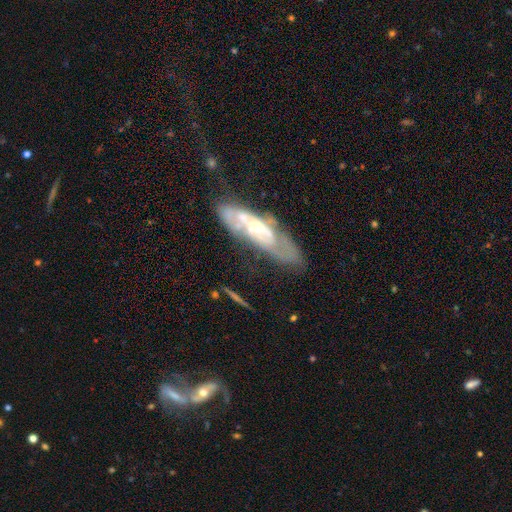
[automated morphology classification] Smooth or featured: featured or disk — 74% (smooth — 18%)
Edge-on disk: no — 75% (yes — 25%)
Bar: no — 61% (weak — 29%)
Spiral arms: yes — 71% (no — 29%)
Bulge size: moderate — 51% (small — 39%)
Merging: none — 60% (minor disturbance — 21%)